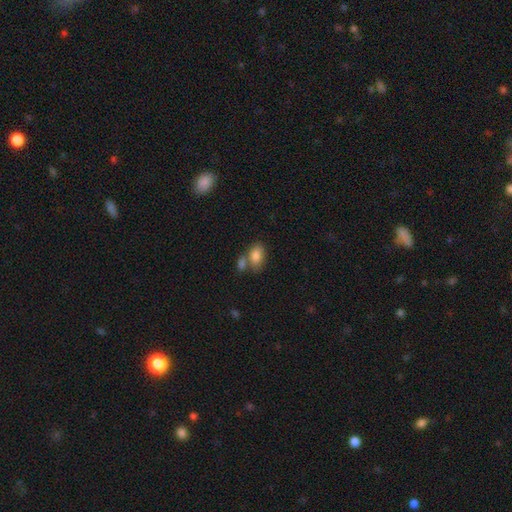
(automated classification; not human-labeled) Overall: smooth (83%). How rounded: in between (87%). Merging: none (45%; merger 37%).